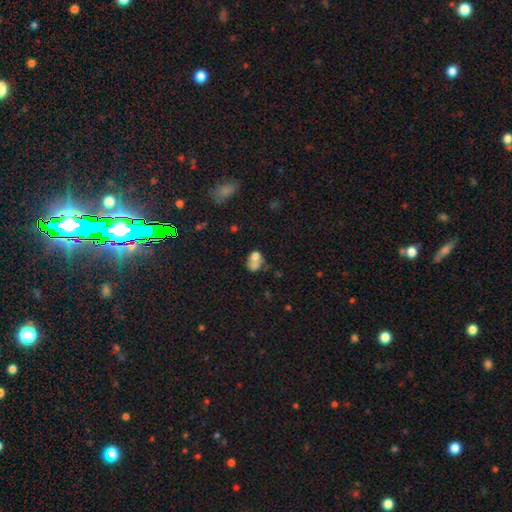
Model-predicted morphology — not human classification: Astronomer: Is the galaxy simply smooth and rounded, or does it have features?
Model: smooth — 67%.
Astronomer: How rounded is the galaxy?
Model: in between — 58% (runner-up: round, 41%).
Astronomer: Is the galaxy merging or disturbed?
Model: merger — 44% (runner-up: none, 28%).